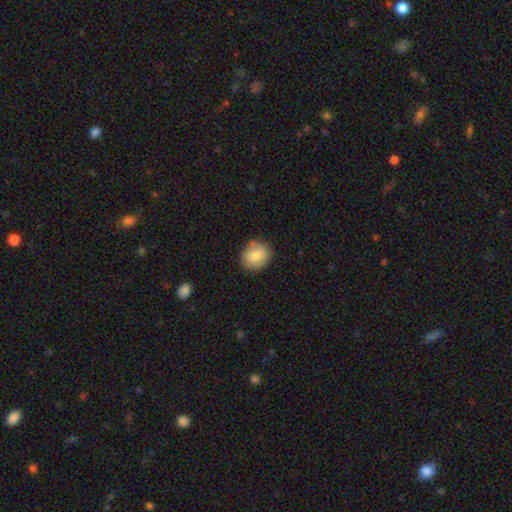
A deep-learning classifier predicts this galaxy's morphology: This is clearly a smooth galaxy (81%). How rounded: likely round (69%). Merging: clearly none (83%).